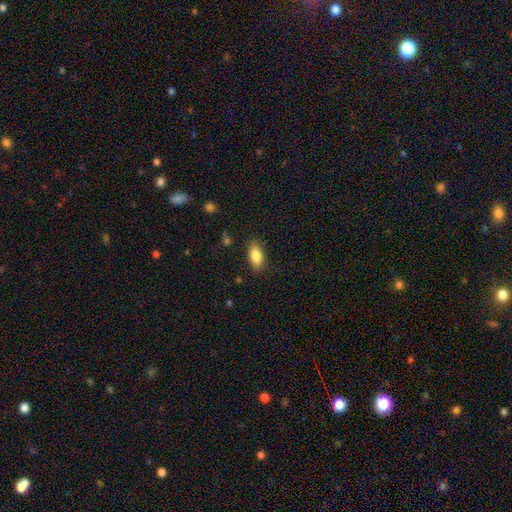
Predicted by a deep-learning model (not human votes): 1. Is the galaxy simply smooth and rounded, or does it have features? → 84% smooth, 9% featured or disk, 7% star or artifact.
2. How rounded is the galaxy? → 84% in between, 13% cigar-shaped, 3% round.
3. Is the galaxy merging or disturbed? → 83% none, 13% minor disturbance, 3% major disturbance, 1% merger.